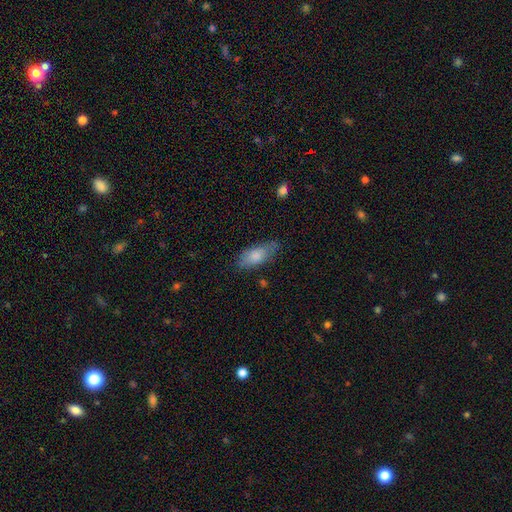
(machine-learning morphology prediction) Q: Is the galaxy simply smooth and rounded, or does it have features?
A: smooth — 79%.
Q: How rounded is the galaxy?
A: in between — 83%.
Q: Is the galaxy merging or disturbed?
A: none — 65%.